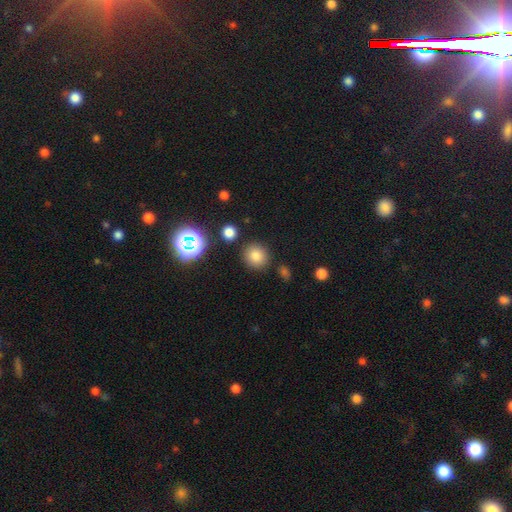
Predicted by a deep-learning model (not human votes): Smooth or featured: smooth — 79% (star or artifact — 14%)
How rounded: round — 87% (in between — 12%)
Merging: none — 85% (minor disturbance — 8%)